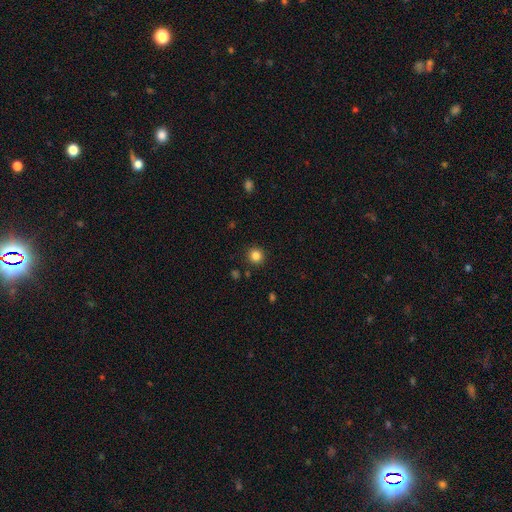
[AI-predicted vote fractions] Smooth or featured? smooth (84%)
How rounded? round (94%)
Merging? none (91%)